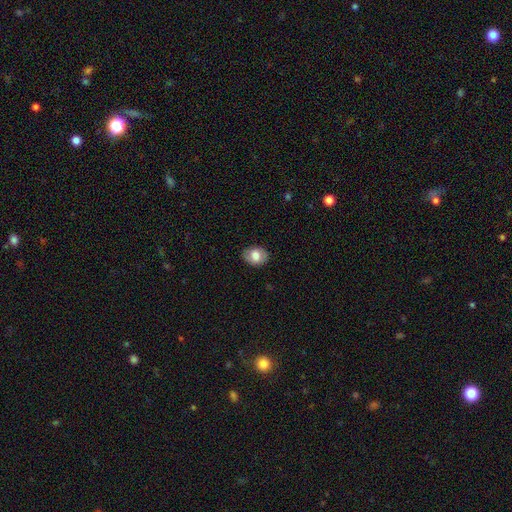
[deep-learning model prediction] Smooth or featured: smooth — 74% (featured or disk — 18%)
How rounded: in between — 66% (round — 33%)
Merging: none — 85% (minor disturbance — 12%)